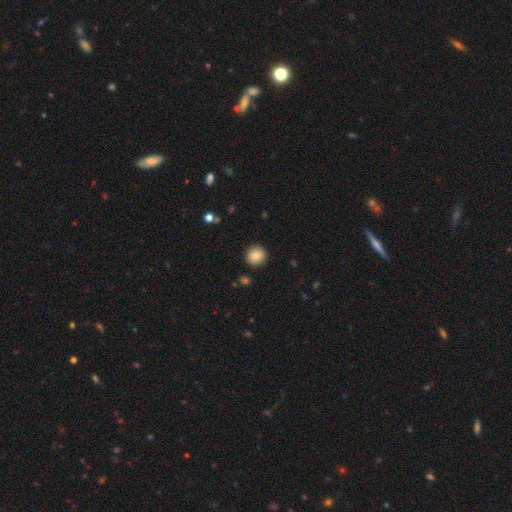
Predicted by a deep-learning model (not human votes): Smooth or featured? Predicted: smooth (p=0.85). How rounded? Predicted: round (p=0.94). Merging? Predicted: none (p=0.91).